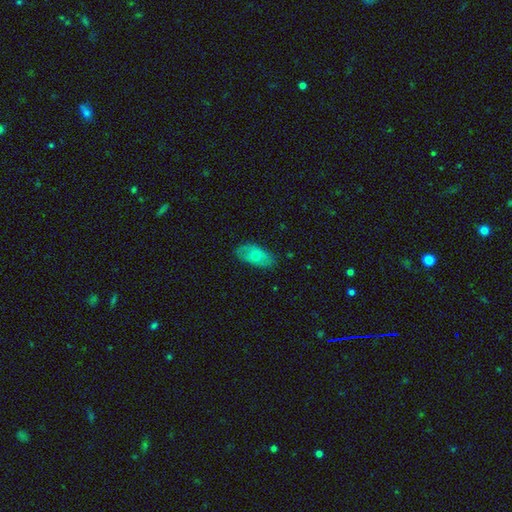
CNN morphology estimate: A smooth galaxy with no disk features (61%) that is in between round and cigar-shaped (90%).

Vote fractions:
- Smooth or featured? smooth: 61% / featured or disk: 32% / star or artifact: 7%
- How rounded? in between: 90% / round: 5% / cigar-shaped: 4%
- Merging? none: 79% / minor disturbance: 17% / major disturbance: 3% / merger: 1%